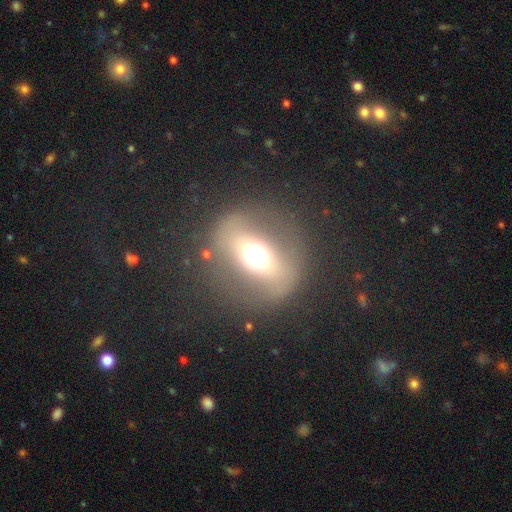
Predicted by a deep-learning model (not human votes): featured or disk 45%, smooth 39%, star or artifact 17%. Down the decision tree: merging — none (73%).